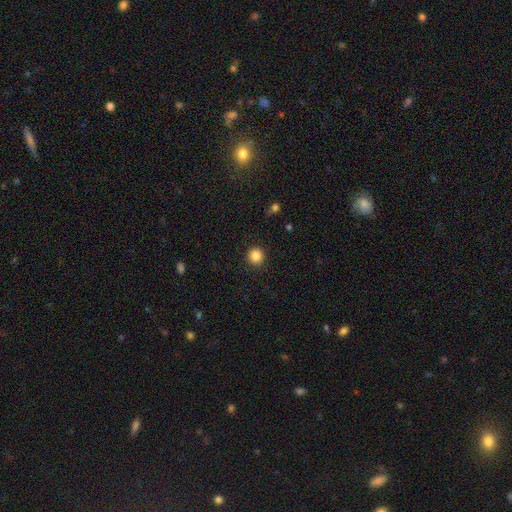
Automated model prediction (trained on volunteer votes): smooth 86%, star or artifact 11%, featured or disk 4%. Down the decision tree: how rounded — round (92%); merging — none (91%).